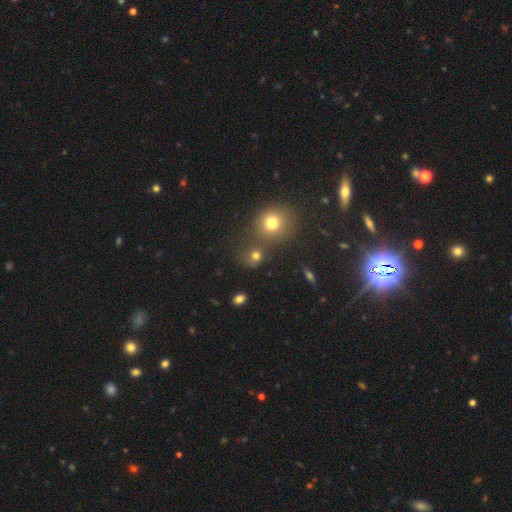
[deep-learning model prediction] Smooth or featured? Predicted: smooth (p=0.74). How rounded? Predicted: round (p=0.82). Merging? Predicted: none (p=0.59).